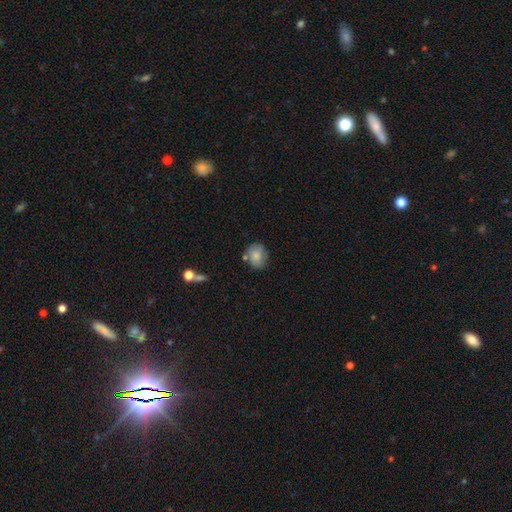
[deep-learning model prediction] Smooth or featured?
  - smooth: 79% *
  - featured or disk: 13%
  - star or artifact: 8%
How rounded?
  - round: 62% *
  - in between: 37%
  - cigar-shaped: 1%
Merging?
  - none: 68% *
  - minor disturbance: 20%
  - merger: 8%
  - major disturbance: 4%